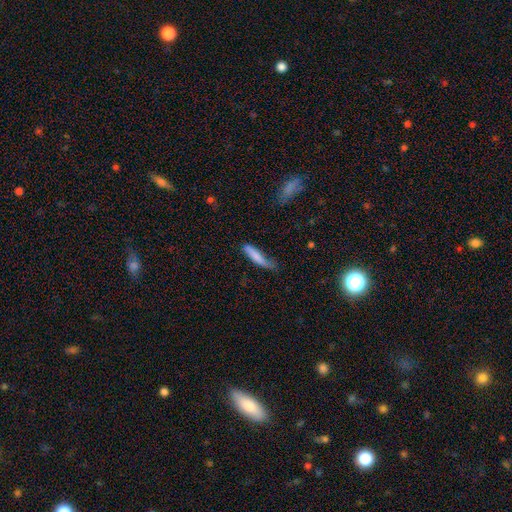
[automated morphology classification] type=smooth (76%); roundness=cigar-shaped (81%); merging=none (49%).